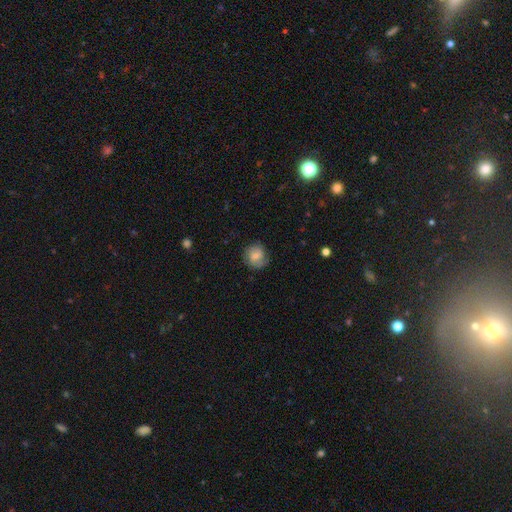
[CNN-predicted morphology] A smooth galaxy with no disk features (56%) that is round (82%). Merging: none (71%).